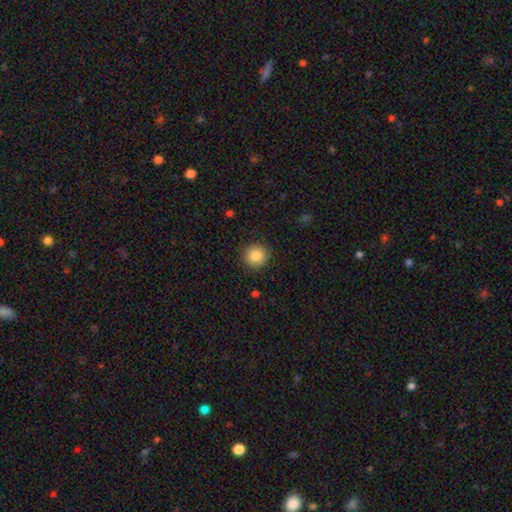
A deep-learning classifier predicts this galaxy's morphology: This appears to be a smooth galaxy with no disk features (86%) that is round (93%). Merging: none (91%).